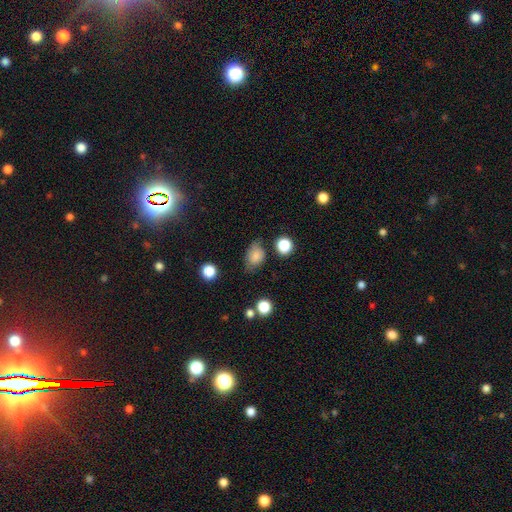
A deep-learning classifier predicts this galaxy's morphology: Smooth or featured: smooth — 79% (star or artifact — 11%)
How rounded: in between — 76% (round — 23%)
Merging: none — 57% (minor disturbance — 30%)